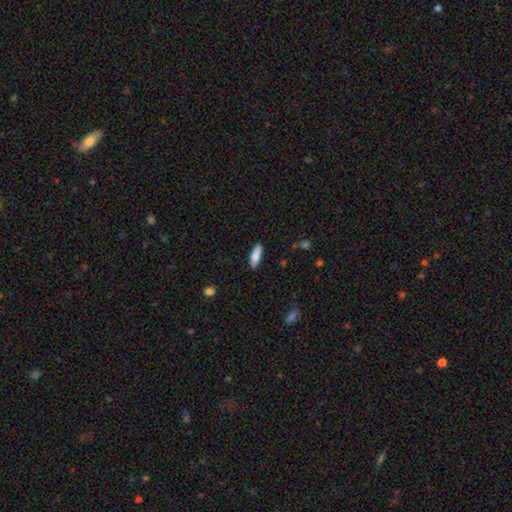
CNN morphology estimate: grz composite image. It shows a smooth galaxy with no disk features (82%) that is in between round and cigar-shaped (52%). Merging: none (86%).